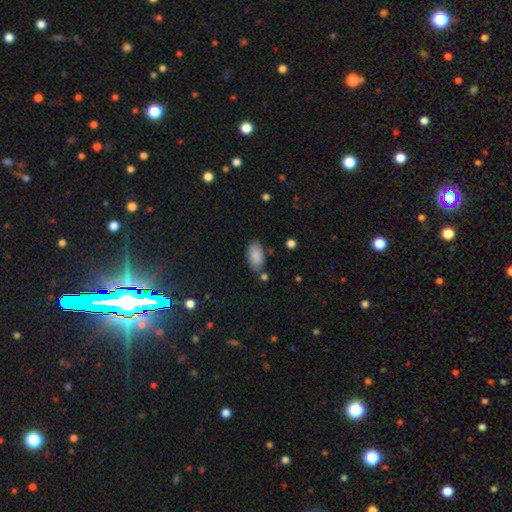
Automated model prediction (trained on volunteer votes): Smooth or featured? smooth (88%)
How rounded? in between (94%)
Merging? none (77%)